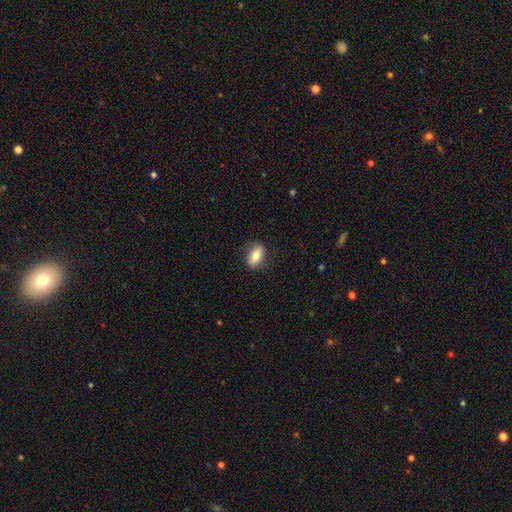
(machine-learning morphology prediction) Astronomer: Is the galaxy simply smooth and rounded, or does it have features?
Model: smooth — 82%.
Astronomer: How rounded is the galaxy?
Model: in between — 88%.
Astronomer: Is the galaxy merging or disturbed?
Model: none — 82%.